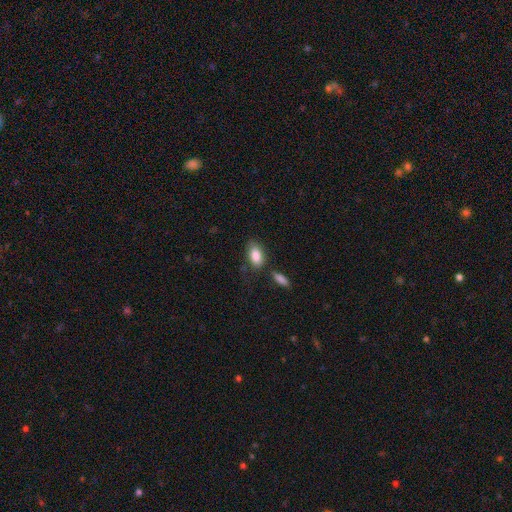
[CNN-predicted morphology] smooth-or-featured: smooth: 86% | featured or disk: 8% | star or artifact: 7%
  how-rounded: in between: 91% | round: 5% | cigar-shaped: 3%
  merging: none: 70% | minor disturbance: 18% | merger: 7% | major disturbance: 5%